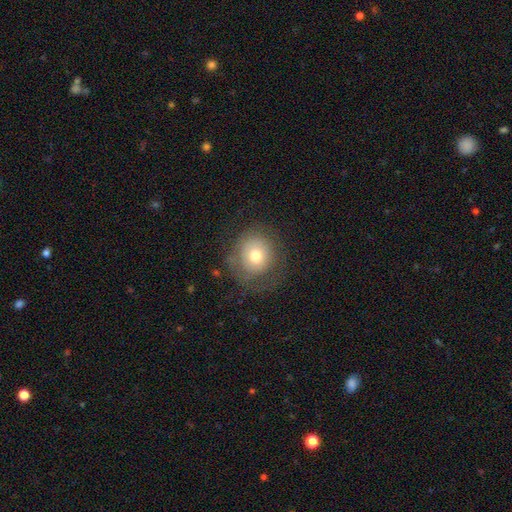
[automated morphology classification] type=smooth (66%); roundness=round (83%); merging=none (68%).